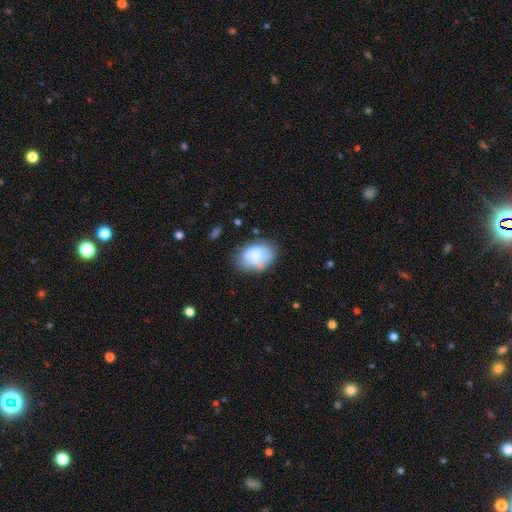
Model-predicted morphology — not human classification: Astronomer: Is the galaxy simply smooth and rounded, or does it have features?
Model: smooth — 76%.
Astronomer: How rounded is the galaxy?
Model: in between — 74%.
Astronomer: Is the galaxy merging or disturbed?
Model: none — 62%.